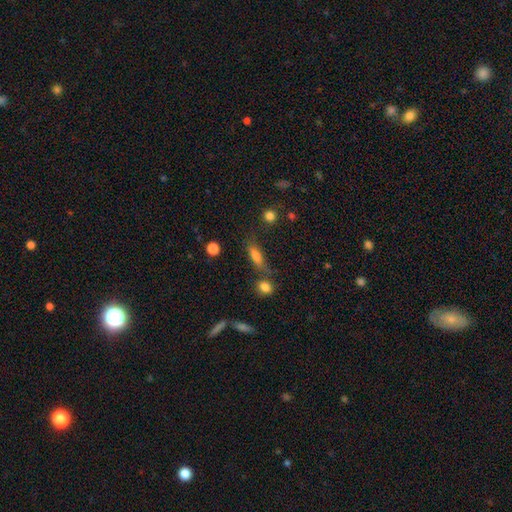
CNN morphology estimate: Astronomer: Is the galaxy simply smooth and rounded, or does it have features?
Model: smooth — 74%.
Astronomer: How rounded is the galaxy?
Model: in between — 50% (runner-up: cigar-shaped, 45%).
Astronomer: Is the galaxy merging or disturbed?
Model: none — 57%.